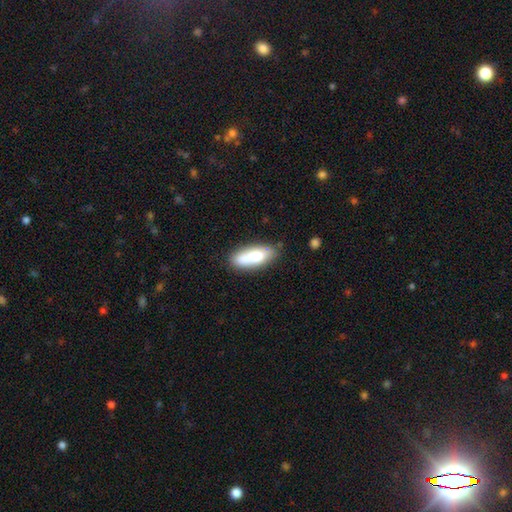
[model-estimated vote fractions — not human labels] Smooth or featured?
  - smooth: 76% *
  - featured or disk: 17%
  - star or artifact: 6%
How rounded?
  - in between: 70% *
  - cigar-shaped: 28%
  - round: 2%
Merging?
  - none: 71% *
  - minor disturbance: 17%
  - merger: 8%
  - major disturbance: 4%